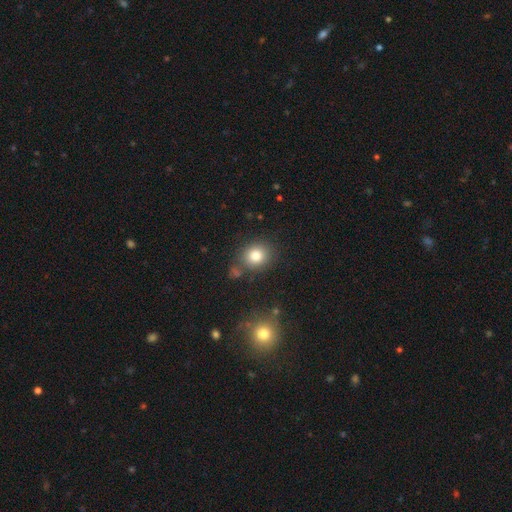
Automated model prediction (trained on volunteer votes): Smooth or featured? Predicted: smooth (p=0.82). How rounded? Predicted: round (p=0.74). Merging? Predicted: none (p=0.78).